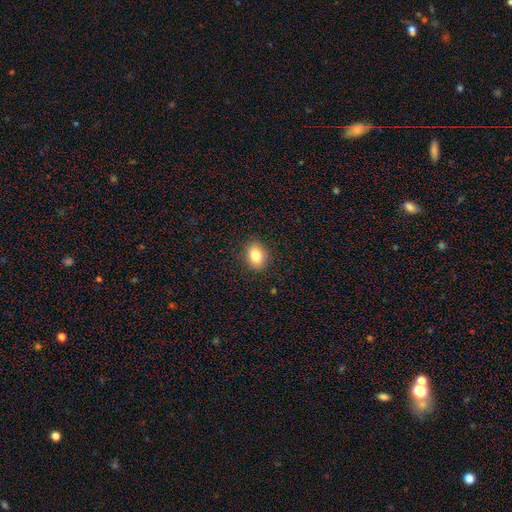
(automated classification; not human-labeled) This is clearly a smooth galaxy (83%). How rounded: possibly in between (57%). Merging: clearly none (87%).